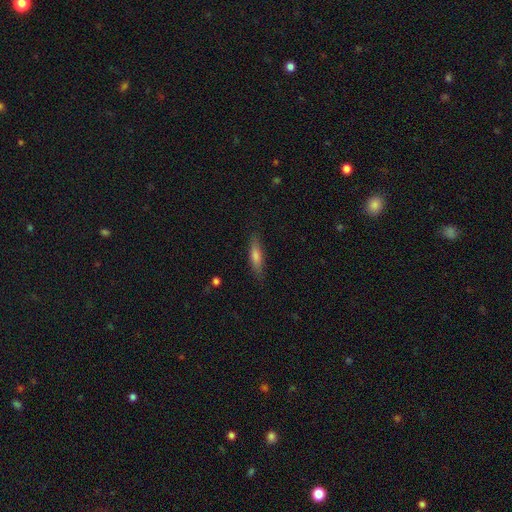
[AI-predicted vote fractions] Morphology: type=smooth (61%); roundness=cigar-shaped (77%); merging=none (85%).